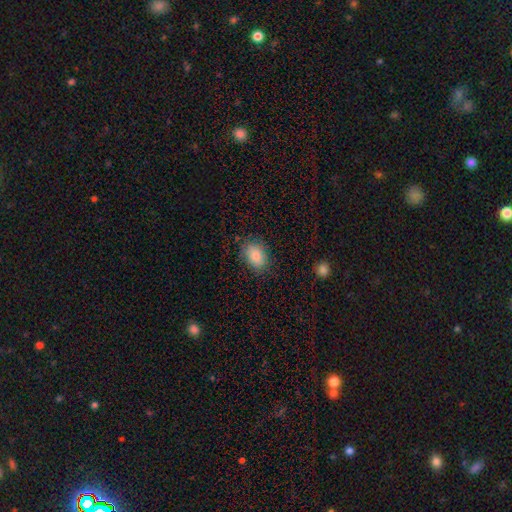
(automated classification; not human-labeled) A smooth galaxy with no disk features (83%) that is in between round and cigar-shaped (78%).

Vote fractions:
- Smooth or featured? smooth: 83% / featured or disk: 9% / star or artifact: 8%
- How rounded? in between: 78% / round: 21% / cigar-shaped: 1%
- Merging? none: 80% / minor disturbance: 15% / major disturbance: 4% / merger: 1%